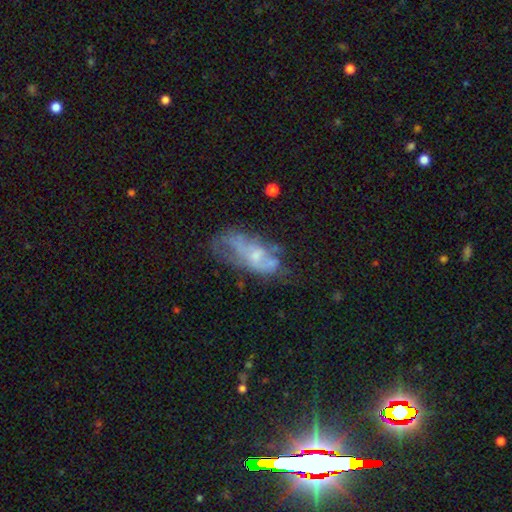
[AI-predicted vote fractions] A featured or disk galaxy (55%) with no bar (79%), no spiral arms (72%) and a small central bulge (43%).

Vote fractions:
- Smooth or featured? featured or disk: 55% / smooth: 34% / star or artifact: 11%
- Edge-on disk? no: 91% / yes: 9%
- Bar? no: 79% / weak: 17% / strong: 3%
- Spiral arms? no: 72% / yes: 28%
- Bulge size? small: 43% / moderate: 31% / none: 21% / large: 3% / dominant: 1%
- Merging? none: 34% / major disturbance: 31% / minor disturbance: 25% / merger: 10%